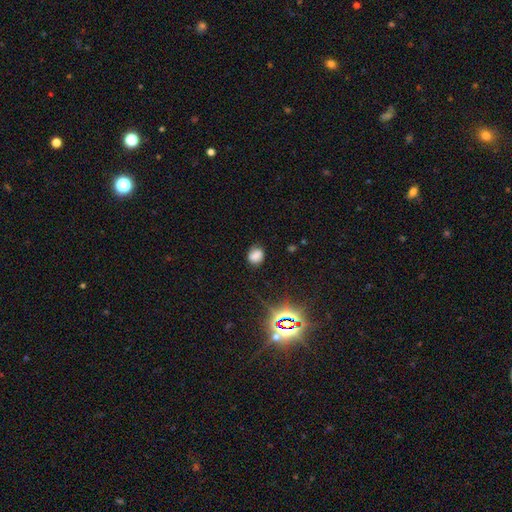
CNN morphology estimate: smooth 73%, star or artifact 18%, featured or disk 10%. Down the decision tree: how rounded — round (53%); merging — none (76%).